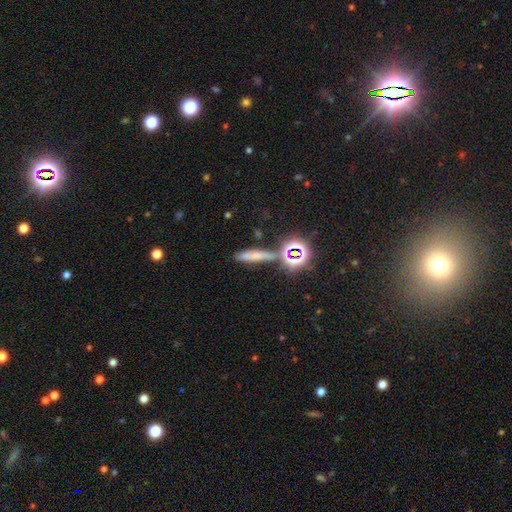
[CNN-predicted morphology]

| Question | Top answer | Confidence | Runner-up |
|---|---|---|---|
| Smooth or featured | smooth | 56% | star or artifact (27%) |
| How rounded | cigar-shaped | 70% | in between (18%) |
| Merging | none | 68% | minor disturbance (14%) |